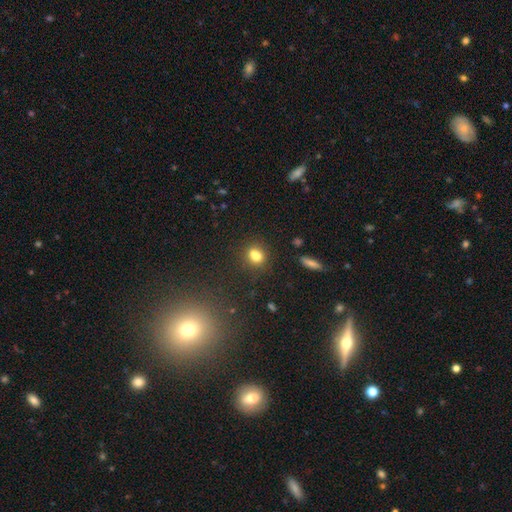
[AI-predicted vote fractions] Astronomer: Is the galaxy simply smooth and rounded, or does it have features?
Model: smooth — 74%.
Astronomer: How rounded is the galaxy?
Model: round — 58% (runner-up: in between, 40%).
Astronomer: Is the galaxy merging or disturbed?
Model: none — 47% (runner-up: merger, 36%).